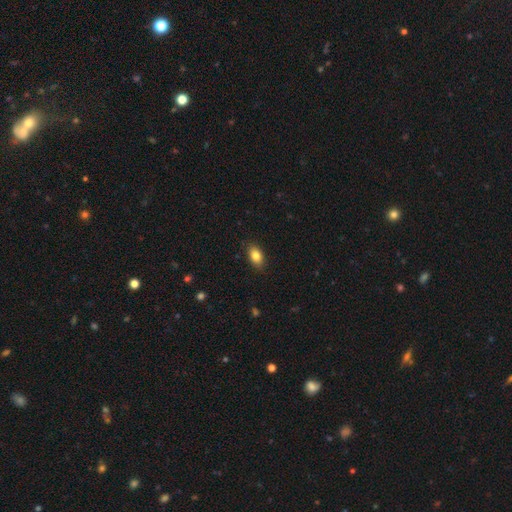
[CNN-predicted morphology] smooth 85%, star or artifact 8%, featured or disk 7%. Down the decision tree: how rounded — in between (88%); merging — none (87%).